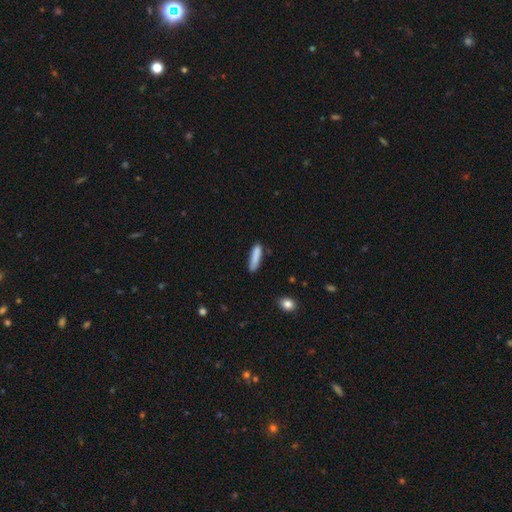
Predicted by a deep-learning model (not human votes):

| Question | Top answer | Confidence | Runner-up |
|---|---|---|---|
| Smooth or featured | smooth | 86% | featured or disk (7%) |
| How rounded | cigar-shaped | 79% | in between (19%) |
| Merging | none | 78% | minor disturbance (17%) |